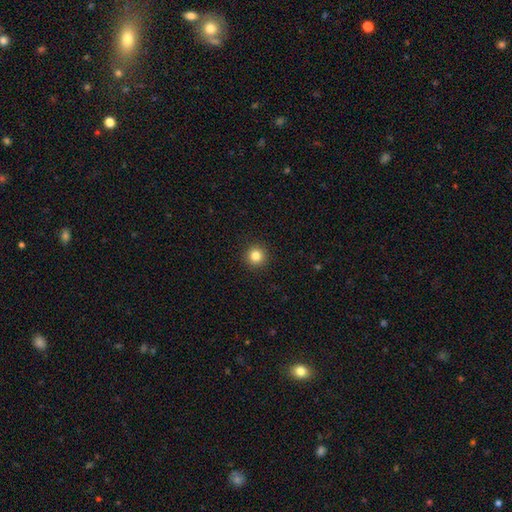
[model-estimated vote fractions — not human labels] A smooth galaxy with no disk features (83%) that is round (96%).

Vote fractions:
- Smooth or featured? smooth: 83% / star or artifact: 12% / featured or disk: 5%
- How rounded? round: 96% / in between: 3% / cigar-shaped: 1%
- Merging? none: 93% / minor disturbance: 4% / major disturbance: 2% / merger: 1%